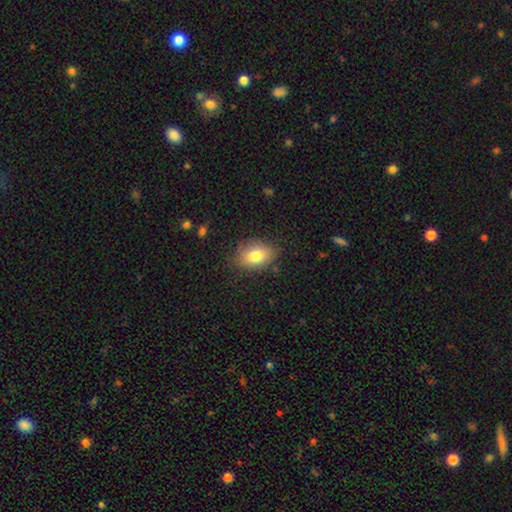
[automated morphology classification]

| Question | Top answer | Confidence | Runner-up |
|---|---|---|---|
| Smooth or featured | smooth | 80% | featured or disk (12%) |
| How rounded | in between | 81% | round (18%) |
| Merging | none | 79% | minor disturbance (16%) |